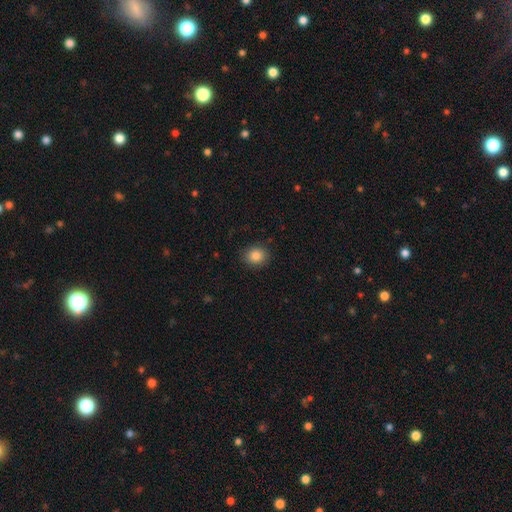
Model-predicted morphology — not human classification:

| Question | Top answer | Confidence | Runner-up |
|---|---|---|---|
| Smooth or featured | smooth | 85% | star or artifact (10%) |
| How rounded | round | 72% | in between (27%) |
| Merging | none | 89% | minor disturbance (8%) |